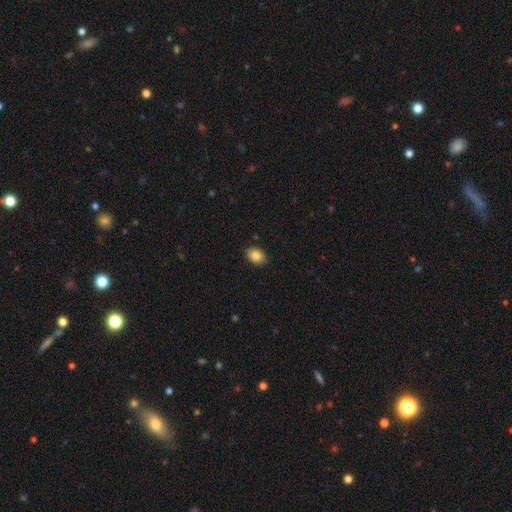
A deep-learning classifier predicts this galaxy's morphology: Smooth or featured? Predicted: smooth (p=0.86). How rounded? Predicted: in between (p=0.74). Merging? Predicted: none (p=0.88).